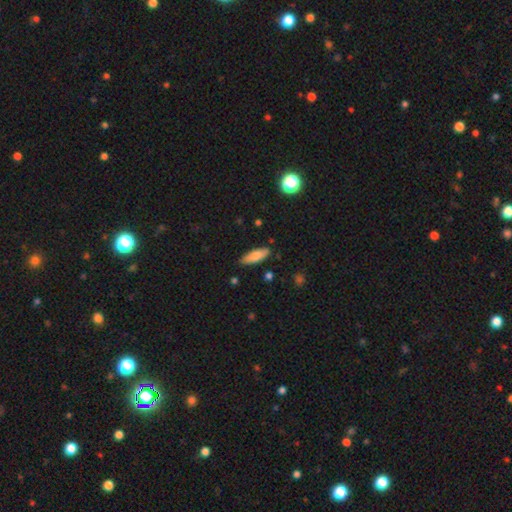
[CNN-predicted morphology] smooth 78%, featured or disk 15%, star or artifact 6%. Down the decision tree: how rounded — in between (61%); merging — none (84%).